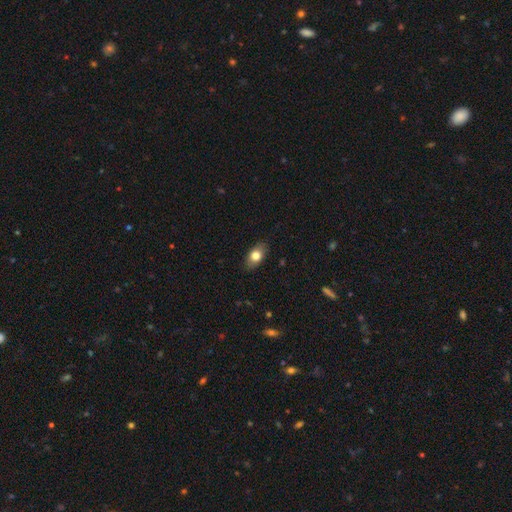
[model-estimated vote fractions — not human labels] Smooth or featured: smooth — 77% (featured or disk — 15%)
How rounded: in between — 85% (round — 11%)
Merging: none — 84% (minor disturbance — 12%)